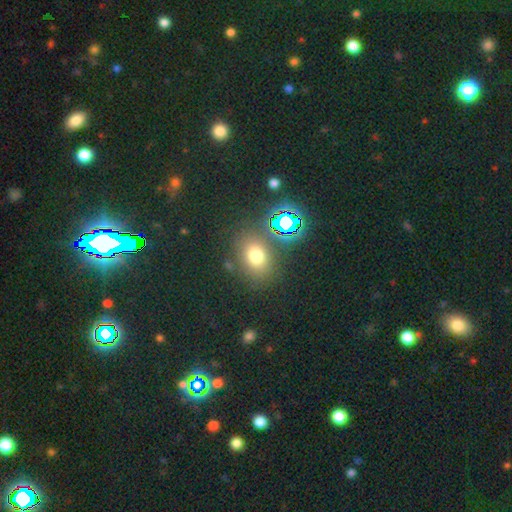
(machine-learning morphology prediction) This appears to be a smooth galaxy with no disk features (66%) that is round (51%). Merging: none (79%).